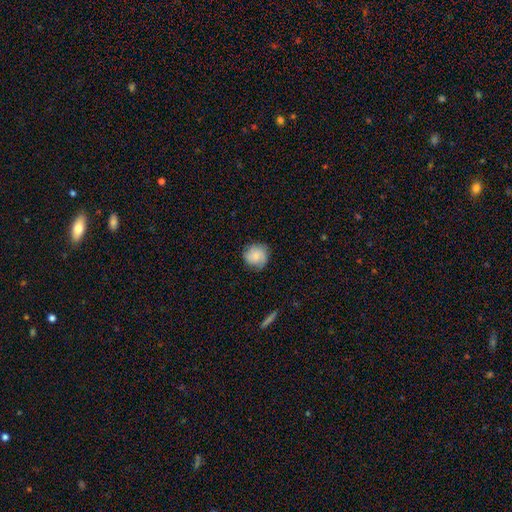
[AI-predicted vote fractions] smooth 65%, featured or disk 28%, star or artifact 7%. Down the decision tree: how rounded — round (88%); merging — none (75%).